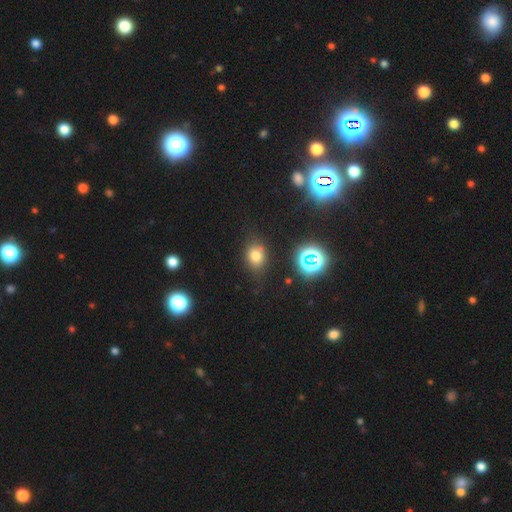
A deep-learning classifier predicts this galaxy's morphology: Smooth or featured? Predicted: smooth (p=0.70). How rounded? Predicted: in between (p=0.57). Merging? Predicted: none (p=0.74).